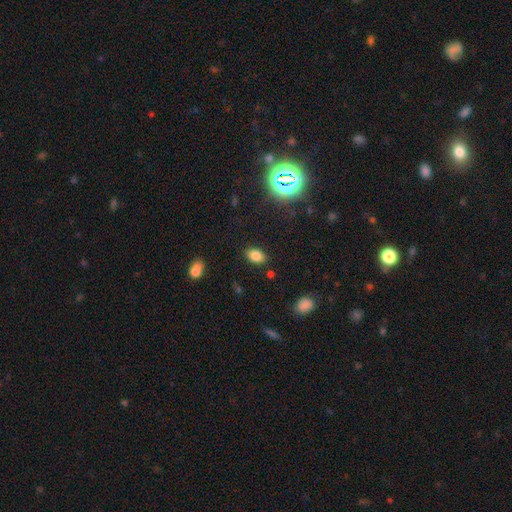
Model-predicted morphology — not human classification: Smooth or featured?
  - smooth: 81% *
  - star or artifact: 12%
  - featured or disk: 7%
How rounded?
  - in between: 87% *
  - round: 11%
  - cigar-shaped: 2%
Merging?
  - none: 85% *
  - minor disturbance: 10%
  - major disturbance: 3%
  - merger: 2%